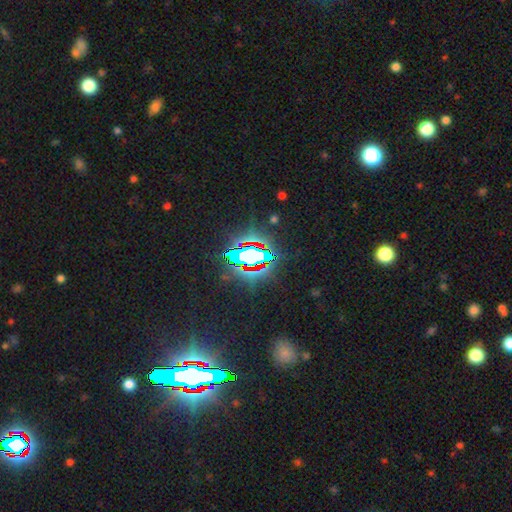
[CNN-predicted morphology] Overall: star or artifact (81%).